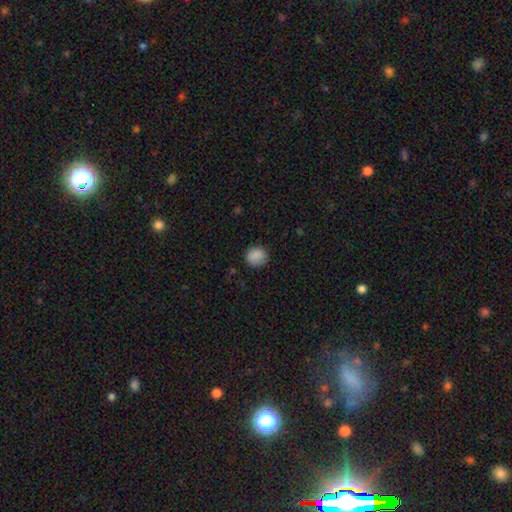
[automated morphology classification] Overall: smooth (86%). How rounded: round (81%). Merging: none (80%).